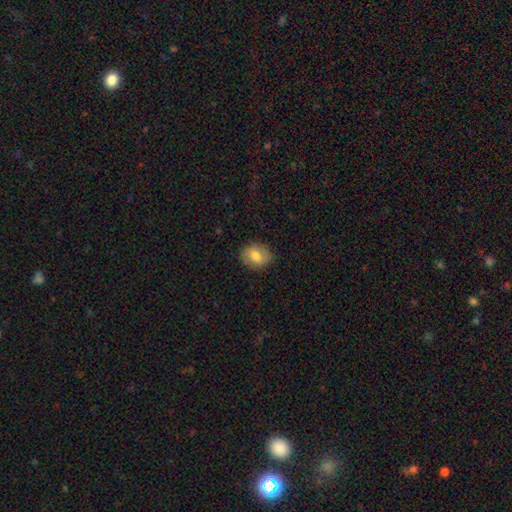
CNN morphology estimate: Overall: smooth (68%). How rounded: round (50%; in between 48%). Merging: none (85%).